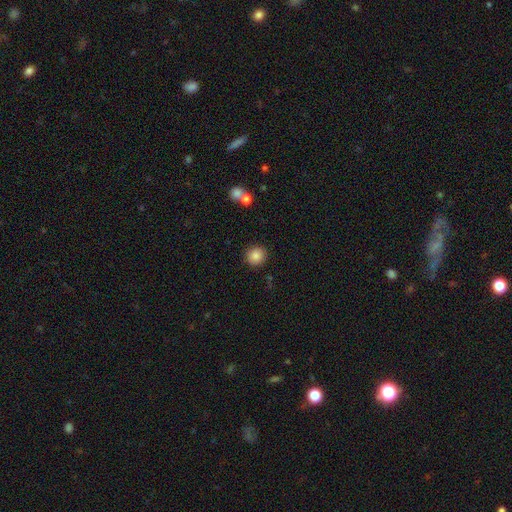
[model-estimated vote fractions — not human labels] Overall: smooth (86%). How rounded: round (92%). Merging: none (89%).